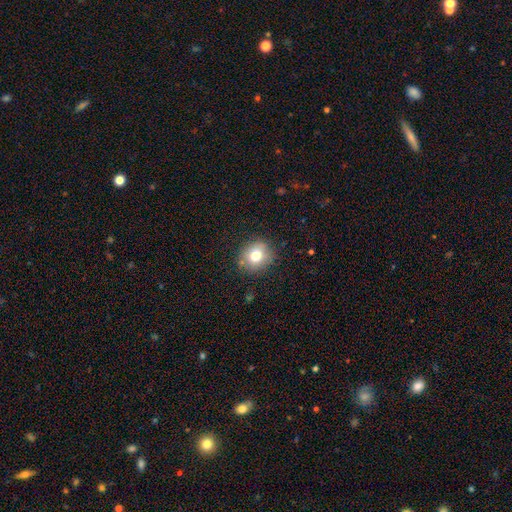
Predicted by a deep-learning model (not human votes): smooth_or_featured: smooth (p=0.74) [alt: featured or disk p=0.14]
how_rounded: round (p=0.81) [alt: in between p=0.18]
merging: none (p=0.84) [alt: minor disturbance p=0.11]